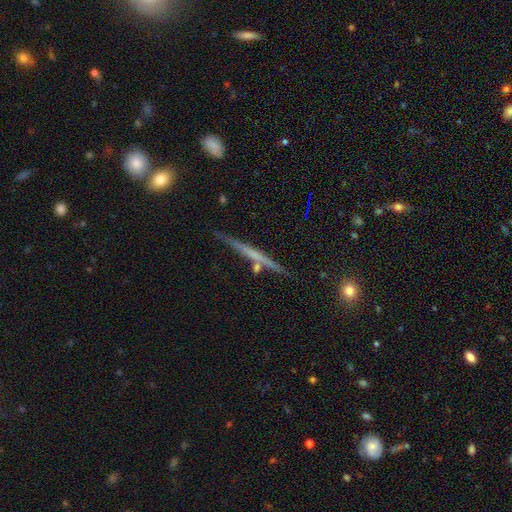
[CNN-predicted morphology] Smooth or featured? Predicted: featured or disk (p=0.61). Edge-on disk? Predicted: yes (p=0.97). Edge-on bulge? Predicted: none (p=0.75). Merging? Predicted: none (p=0.84).